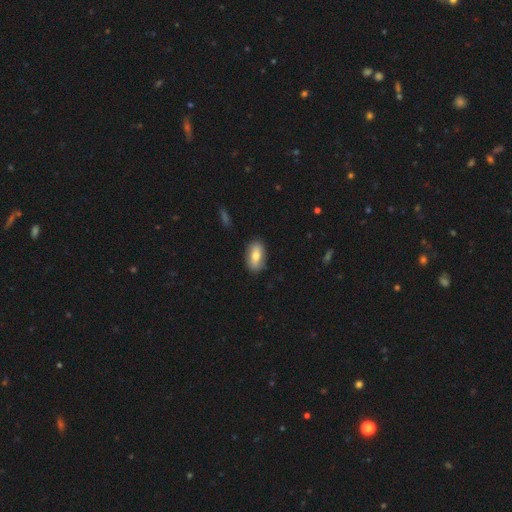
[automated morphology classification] Smooth or featured: smooth — 68% (featured or disk — 26%)
How rounded: in between — 90% (round — 5%)
Merging: none — 84% (minor disturbance — 12%)